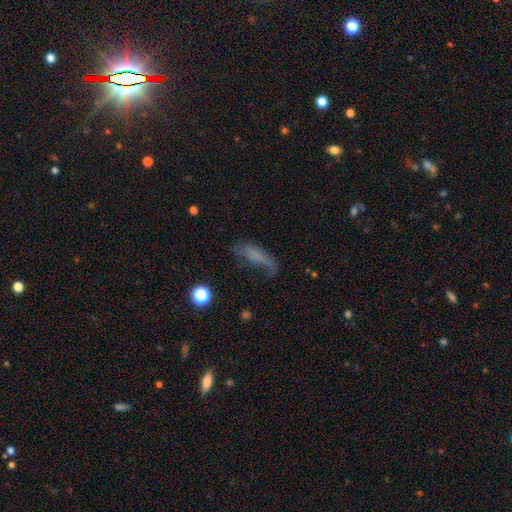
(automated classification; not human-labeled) smooth_or_featured: smooth (p=0.54) [alt: featured or disk p=0.30]
how_rounded: in between (p=0.53) [alt: cigar-shaped p=0.42]
merging: none (p=0.36) [alt: major disturbance p=0.33]